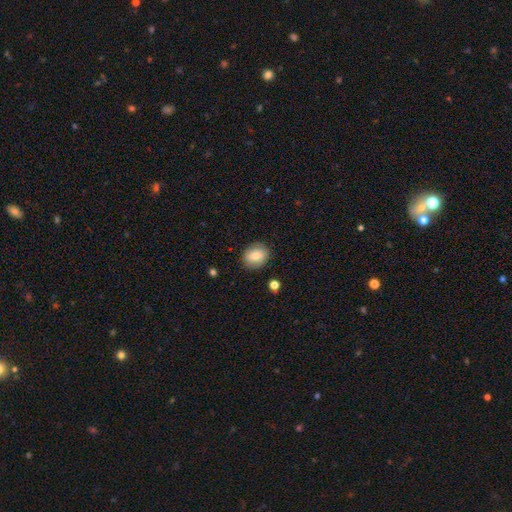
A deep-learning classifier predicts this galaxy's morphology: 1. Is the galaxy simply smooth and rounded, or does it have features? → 76% smooth, 16% featured or disk, 9% star or artifact.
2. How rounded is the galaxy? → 59% round, 40% in between, 1% cigar-shaped.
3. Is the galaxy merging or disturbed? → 85% none, 11% minor disturbance, 3% major disturbance, 1% merger.